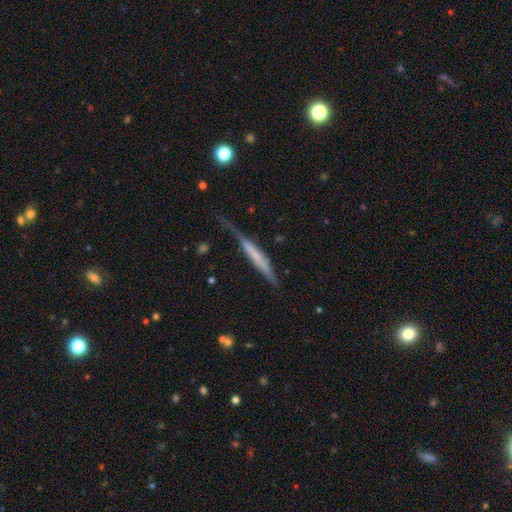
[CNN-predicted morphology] A featured or disk galaxy (55%) viewed edge-on (92%) with no central bulge (58%). Merging: none (51%).